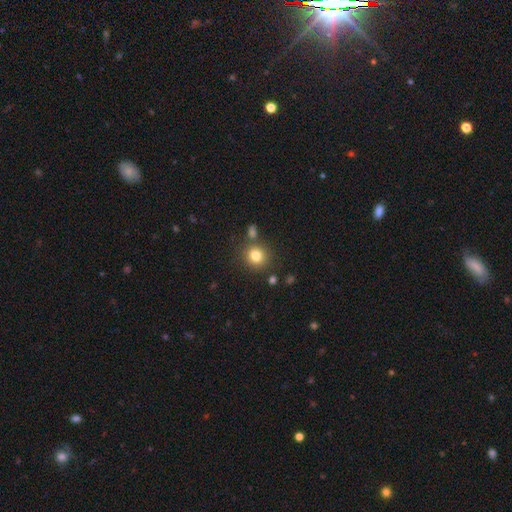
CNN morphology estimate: This appears to be a smooth galaxy with no disk features (81%) that is round (87%). Merging: none (79%).